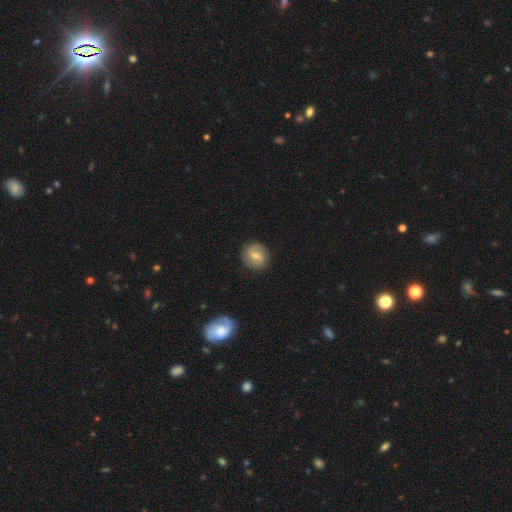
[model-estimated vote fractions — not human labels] A featured or disk galaxy (52%) with a weak bar (51%), spiral arms (82%) and a small central bulge (48%). Merging: none (86%).